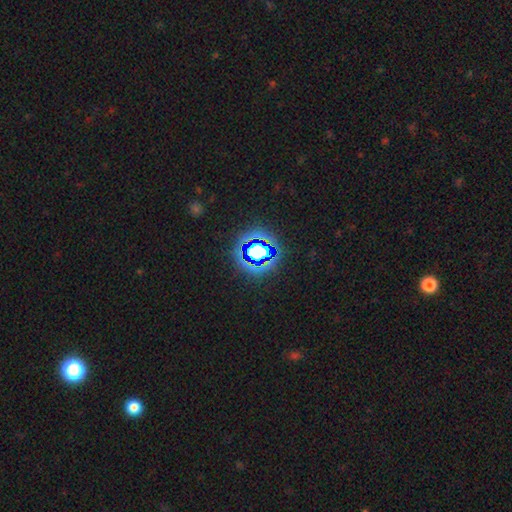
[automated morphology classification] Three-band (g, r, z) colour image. It shows a star or artifact, not a galaxy (79%).